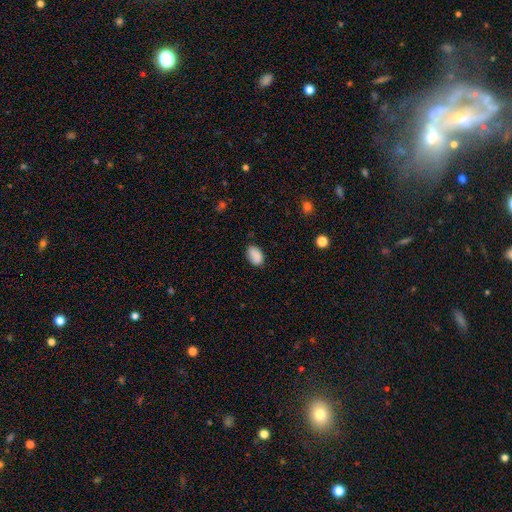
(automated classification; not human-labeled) Smooth or featured? Predicted: smooth (p=0.88). How rounded? Predicted: in between (p=0.90). Merging? Predicted: none (p=0.79).